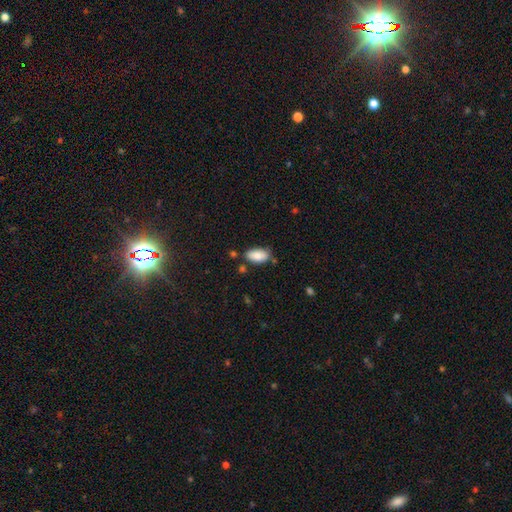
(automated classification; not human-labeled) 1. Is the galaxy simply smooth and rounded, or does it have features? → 86% smooth, 7% featured or disk, 7% star or artifact.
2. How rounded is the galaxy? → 93% in between, 4% cigar-shaped, 3% round.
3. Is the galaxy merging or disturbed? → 68% none, 21% minor disturbance, 6% merger, 4% major disturbance.